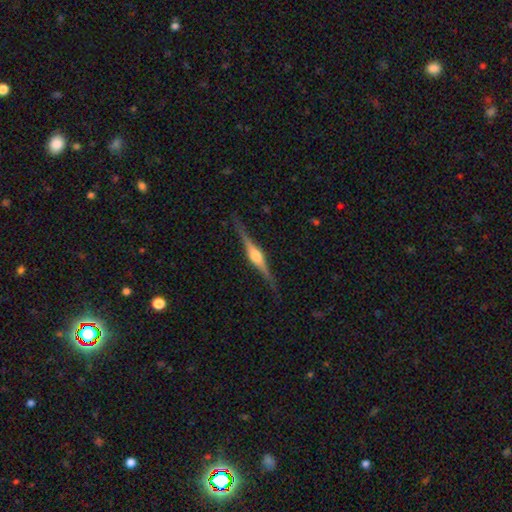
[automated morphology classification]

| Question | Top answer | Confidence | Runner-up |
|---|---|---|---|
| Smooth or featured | featured or disk | 84% | smooth (11%) |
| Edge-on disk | yes | 98% | no (2%) |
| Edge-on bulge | rounded | 91% | boxy (7%) |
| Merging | none | 87% | minor disturbance (10%) |